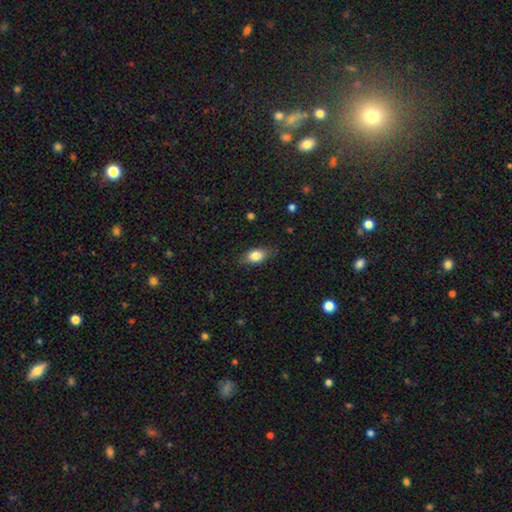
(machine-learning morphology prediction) smooth-or-featured: smooth: 82% | featured or disk: 10% | star or artifact: 8%
  how-rounded: in between: 85% | round: 9% | cigar-shaped: 6%
  merging: none: 79% | minor disturbance: 16% | major disturbance: 4% | merger: 1%